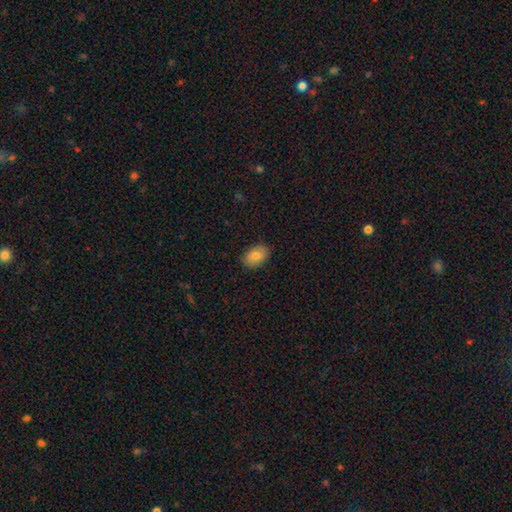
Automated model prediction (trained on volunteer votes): The model was most divided on "smooth or featured": smooth: 82%, featured or disk: 10%, star or artifact: 7%. More confident: merging — none (88%); how rounded — in between (87%).